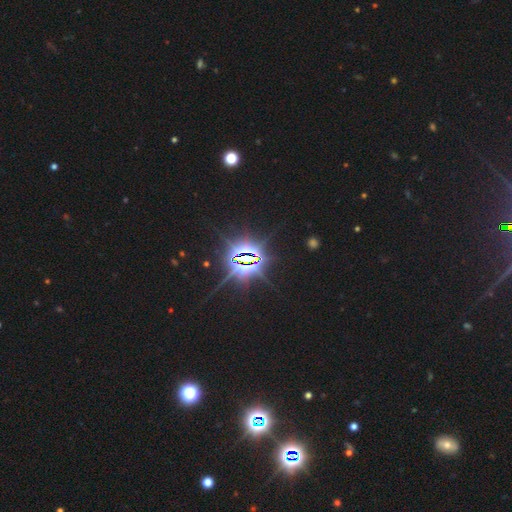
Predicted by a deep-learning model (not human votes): smooth_or_featured: star or artifact (p=0.86) [alt: featured or disk p=0.08]